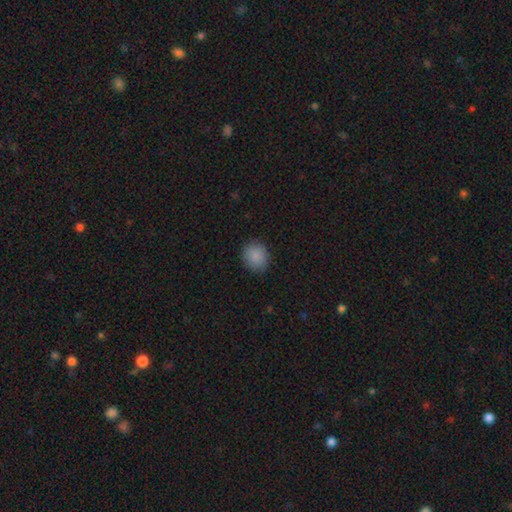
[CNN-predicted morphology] Smooth or featured: smooth — 88% (star or artifact — 8%)
How rounded: round — 78% (in between — 21%)
Merging: none — 88% (minor disturbance — 9%)